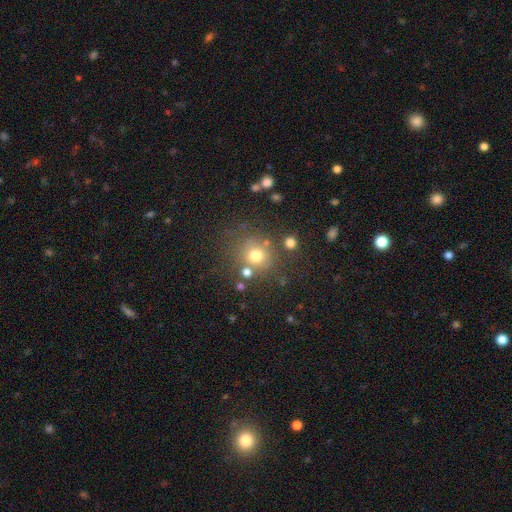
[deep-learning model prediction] Morphology: type=smooth (72%); roundness=round (86%); merging=none (70%).